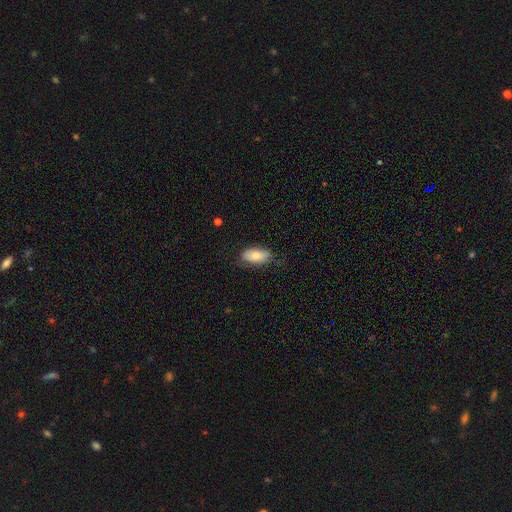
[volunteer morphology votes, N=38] This appears to be a smooth galaxy with no disk features (82%) that is in between round and cigar-shaped (100%). Merging: none (89%).